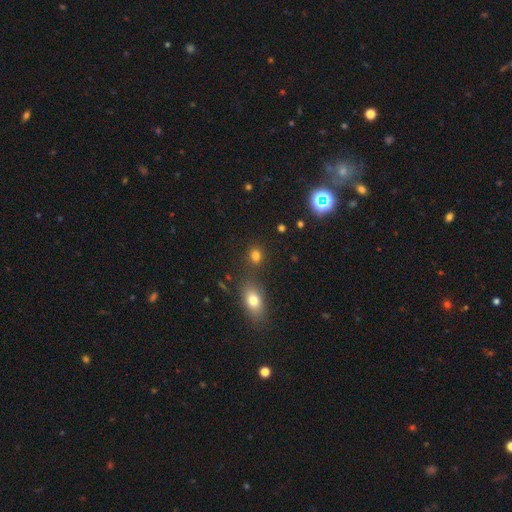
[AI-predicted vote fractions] Smooth or featured? smooth (79%)
How rounded? round (66%)
Merging? none (76%)